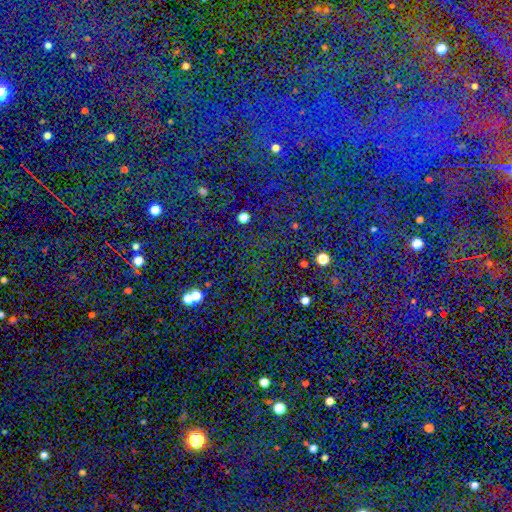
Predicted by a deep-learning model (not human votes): Smooth or featured? Predicted: star or artifact (p=0.81).